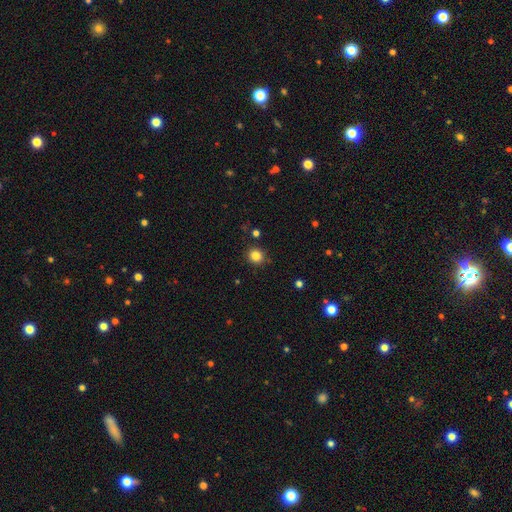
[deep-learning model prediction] A smooth galaxy with no disk features (84%) that is round (89%). Merging: none (88%).